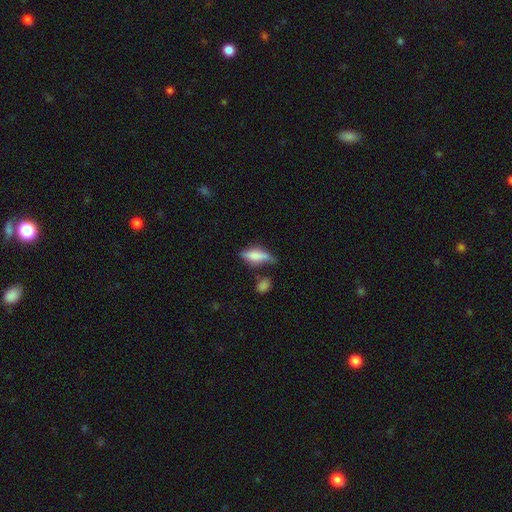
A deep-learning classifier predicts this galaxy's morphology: Smooth or featured?
  - smooth: 62% *
  - featured or disk: 30%
  - star or artifact: 8%
How rounded?
  - in between: 55% *
  - cigar-shaped: 42%
  - round: 3%
Merging?
  - none: 50% *
  - minor disturbance: 28%
  - major disturbance: 12%
  - merger: 10%